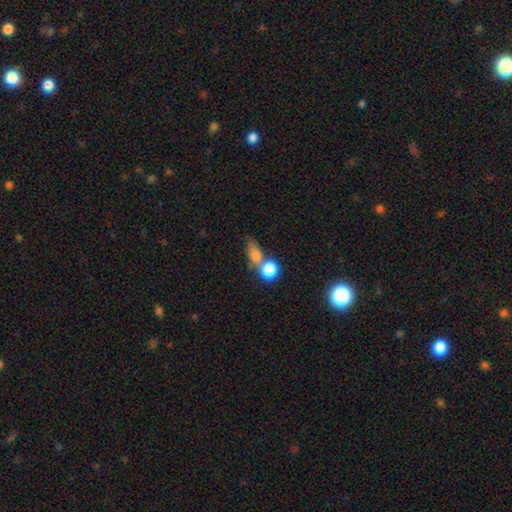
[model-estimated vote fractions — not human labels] A smooth galaxy with no disk features (74%) that is in between round and cigar-shaped (49%).

Vote fractions:
- Smooth or featured? smooth: 74% / star or artifact: 14% / featured or disk: 12%
- How rounded? in between: 49% / round: 42% / cigar-shaped: 9%
- Merging? none: 41% / merger: 39% / minor disturbance: 12% / major disturbance: 8%